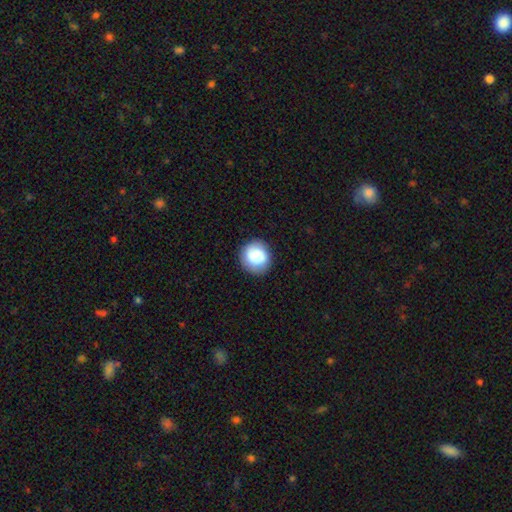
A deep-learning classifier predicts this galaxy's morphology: This appears to be a smooth galaxy with no disk features (77%) that is round (89%). Merging: none (84%).